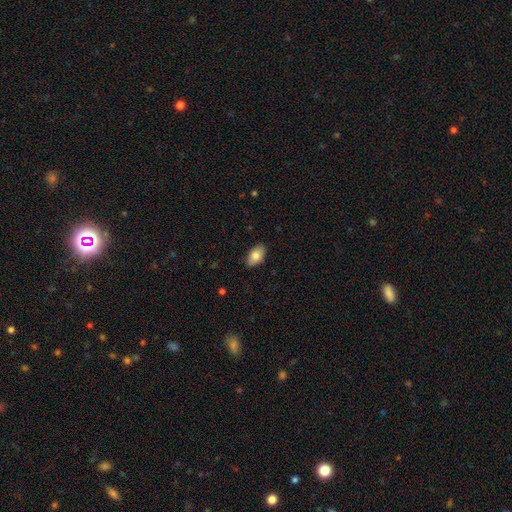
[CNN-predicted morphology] This is clearly a smooth galaxy (82%). How rounded: clearly in between (94%). Merging: clearly none (87%).